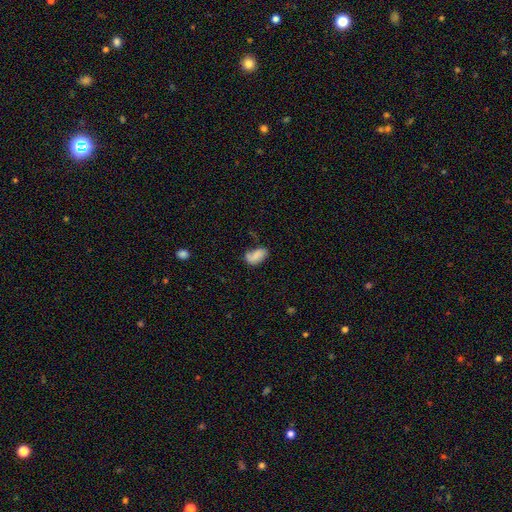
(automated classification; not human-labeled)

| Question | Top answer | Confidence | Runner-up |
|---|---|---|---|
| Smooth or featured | smooth | 67% | featured or disk (23%) |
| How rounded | in between | 91% | round (5%) |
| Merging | none | 48% | minor disturbance (30%) |